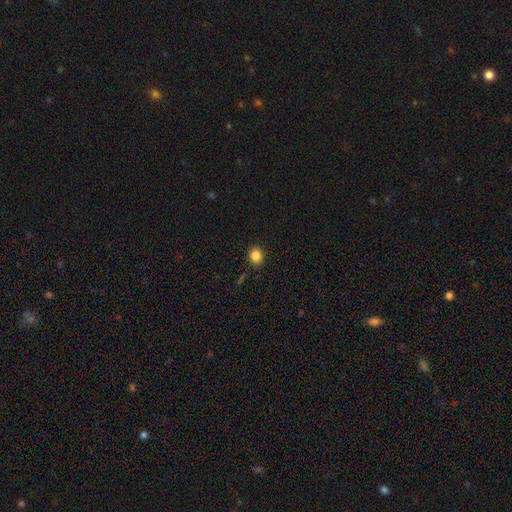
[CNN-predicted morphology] type=smooth (84%); roundness=round (66%); merging=none (89%).